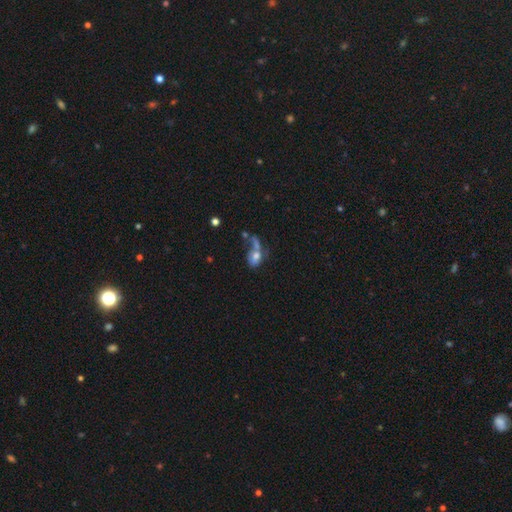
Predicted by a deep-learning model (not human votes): Q: Smooth or featured?
A: smooth (58%); runner-up: featured or disk (30%)
Q: How rounded?
A: in between (77%); runner-up: round (20%)
Q: Merging?
A: merger (36%); runner-up: major disturbance (27%)